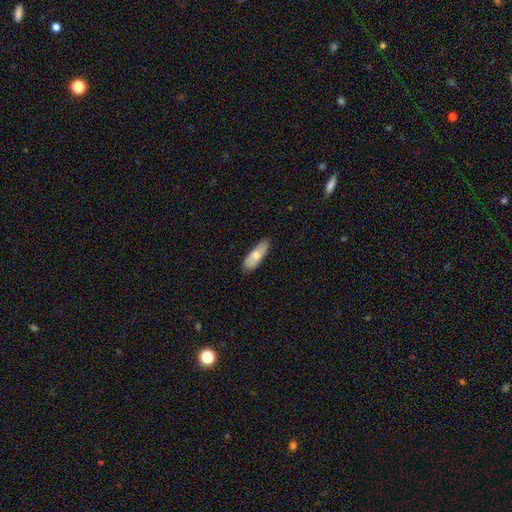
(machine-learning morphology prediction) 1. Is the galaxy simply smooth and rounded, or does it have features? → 73% smooth, 21% featured or disk, 6% star or artifact.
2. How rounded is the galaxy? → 60% in between, 38% cigar-shaped, 2% round.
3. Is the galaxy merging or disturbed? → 81% none, 16% minor disturbance, 2% major disturbance, 1% merger.